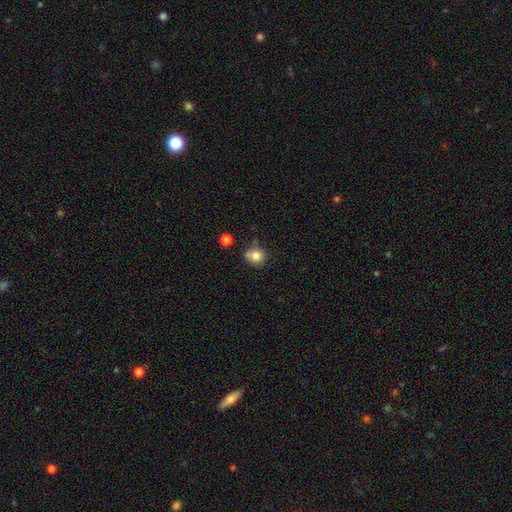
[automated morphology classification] smooth-or-featured: smooth: 80% | star or artifact: 11% | featured or disk: 8%
  how-rounded: round: 83% | in between: 16% | cigar-shaped: 1%
  merging: none: 64% | minor disturbance: 18% | merger: 12% | major disturbance: 5%